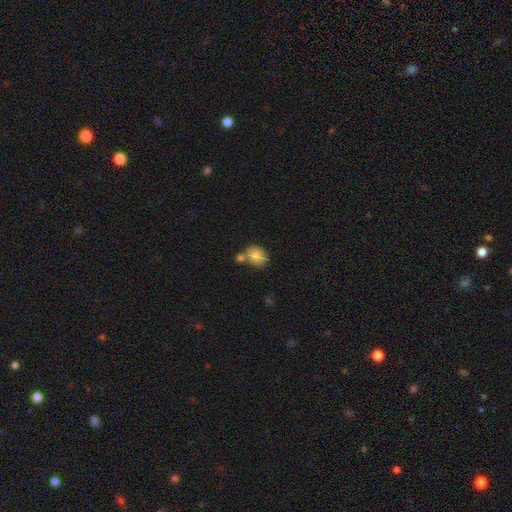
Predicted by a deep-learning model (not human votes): Morphology: type=smooth (78%); roundness=round (72%); merging=none (53%).